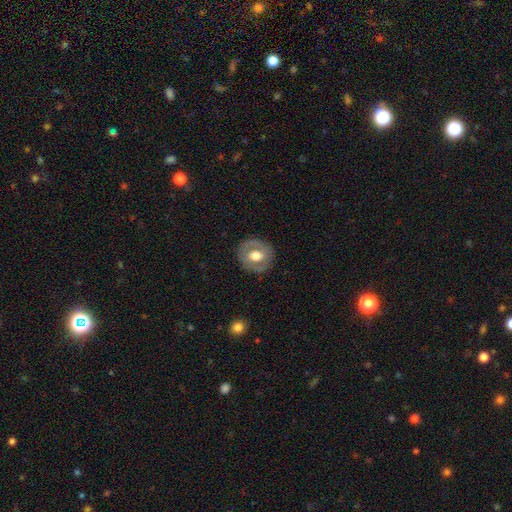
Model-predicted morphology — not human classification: Smooth or featured: featured or disk — 51% (smooth — 43%)
Edge-on disk: no — 95% (yes — 5%)
Merging: none — 84% (minor disturbance — 11%)